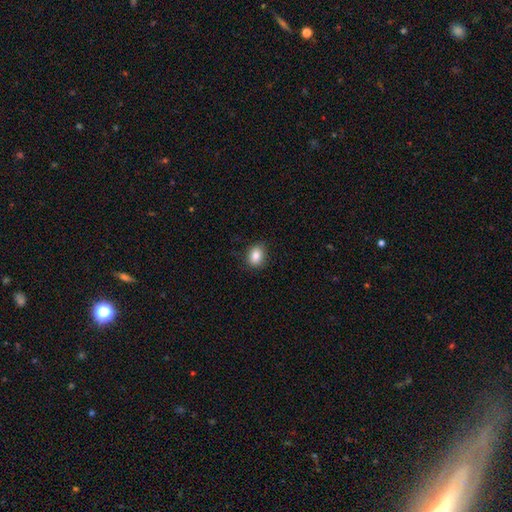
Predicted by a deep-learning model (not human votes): The model was most divided on "how rounded": in between: 56%, round: 43%, cigar-shaped: 1%. More confident: merging — none (85%); smooth or featured — smooth (83%).